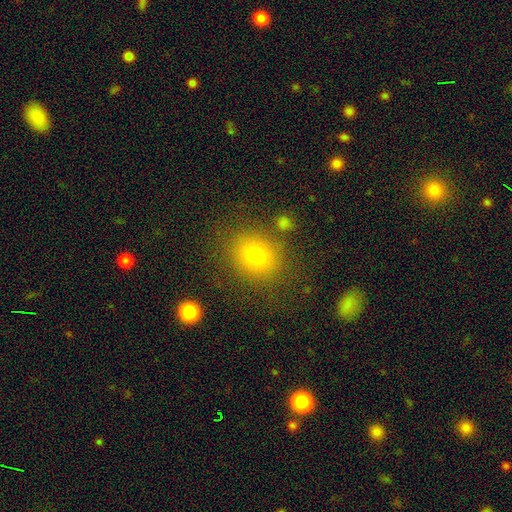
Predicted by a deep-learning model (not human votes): Smooth or featured?
  - smooth: 75% *
  - star or artifact: 15%
  - featured or disk: 10%
How rounded?
  - round: 69% *
  - in between: 30%
  - cigar-shaped: 1%
Merging?
  - none: 80% *
  - minor disturbance: 11%
  - major disturbance: 5%
  - merger: 4%